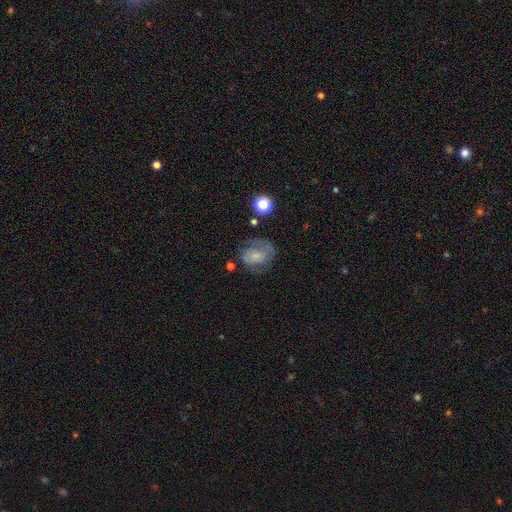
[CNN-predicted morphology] Q: Smooth or featured?
A: featured or disk (54%); runner-up: smooth (36%)
Q: Edge-on disk?
A: no (97%); runner-up: yes (3%)
Q: Bar?
A: no (57%); runner-up: weak (33%)
Q: Spiral arms?
A: yes (80%); runner-up: no (20%)
Q: Bulge size?
A: small (54%); runner-up: none (25%)
Q: Merging?
A: none (55%); runner-up: minor disturbance (23%)